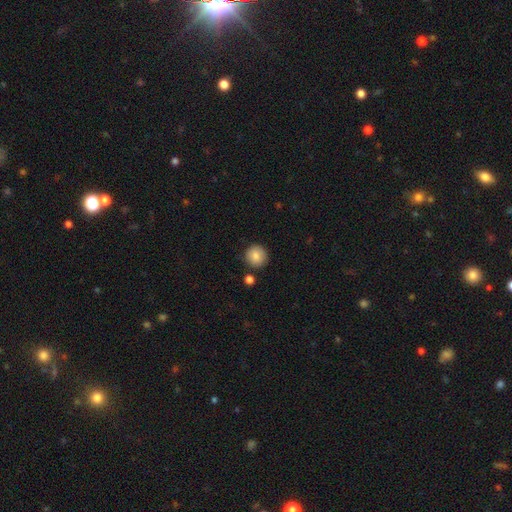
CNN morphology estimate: A smooth galaxy with no disk features (86%) that is round (93%).

Vote fractions:
- Smooth or featured? smooth: 86% / star or artifact: 8% / featured or disk: 6%
- How rounded? round: 93% / in between: 6% / cigar-shaped: 1%
- Merging? none: 86% / minor disturbance: 8% / merger: 4% / major disturbance: 2%